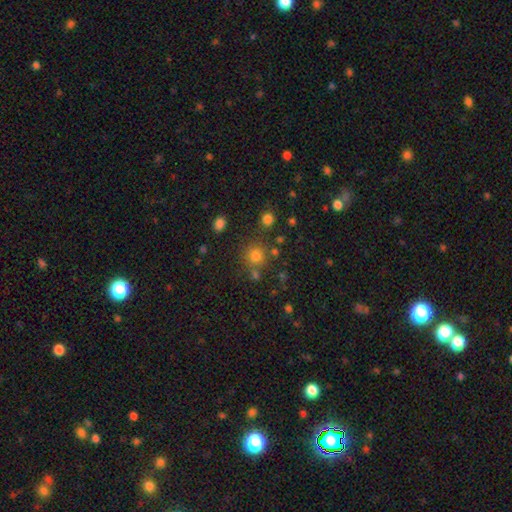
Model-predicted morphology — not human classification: Overall: smooth (75%). How rounded: round (90%). Merging: none (74%).